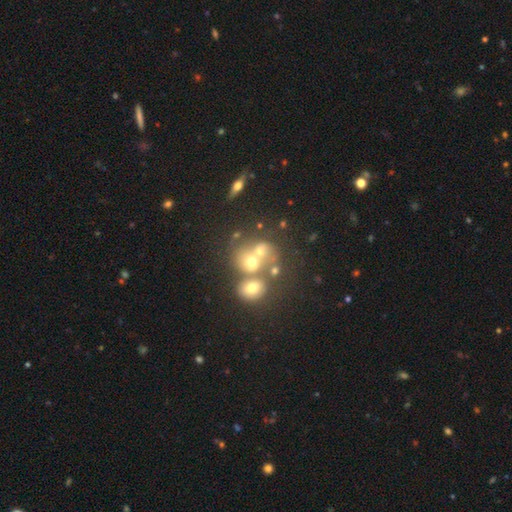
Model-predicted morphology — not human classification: This appears to be a smooth galaxy with no disk features (53%) that is round (65%). Merging: merger (47%).